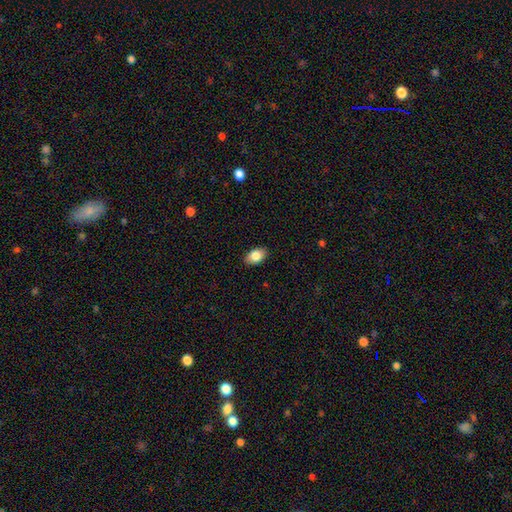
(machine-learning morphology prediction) Overall: smooth (84%). How rounded: in between (89%). Merging: none (88%).